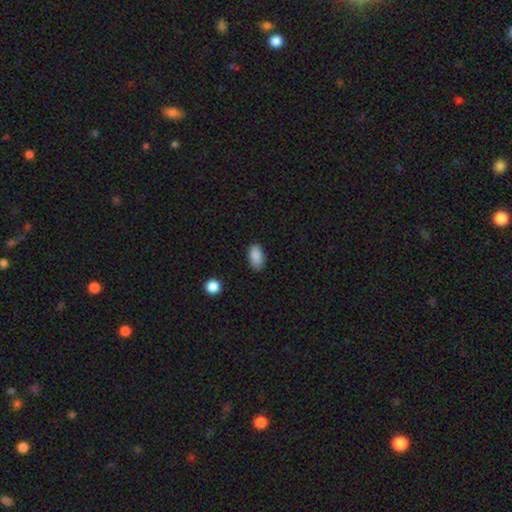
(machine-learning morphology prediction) smooth 89%, star or artifact 8%, featured or disk 4%. Down the decision tree: how rounded — in between (93%); merging — none (82%).